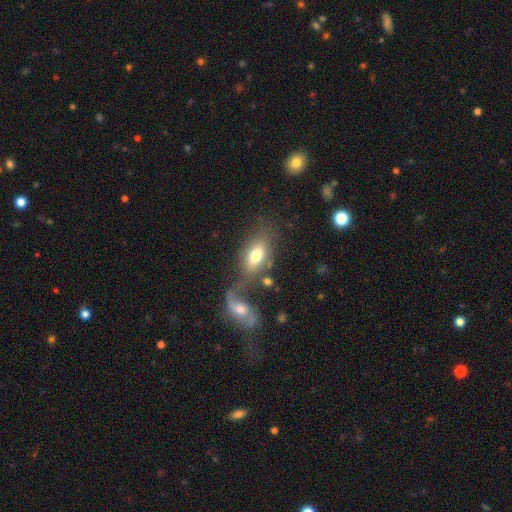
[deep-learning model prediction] This appears to be a smooth galaxy with no disk features (69%) that is in between round and cigar-shaped (88%). Merging: merger (43%).